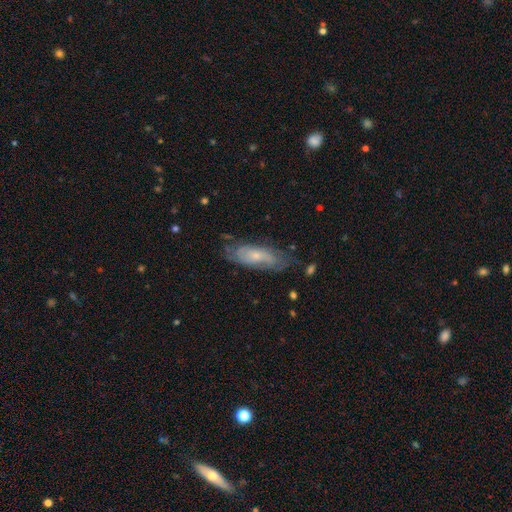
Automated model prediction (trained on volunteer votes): featured or disk 54%, smooth 38%, star or artifact 7%. Down the decision tree: edge-on disk — no (80%); merging — none (64%).